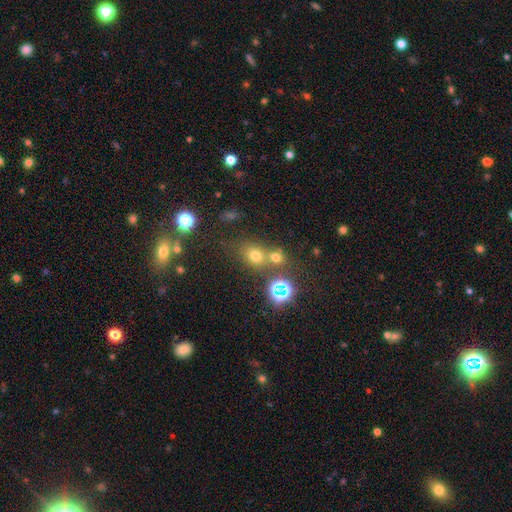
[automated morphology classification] This is likely a smooth galaxy (63%). How rounded: likely round (66%). Merging: possibly none (52%).